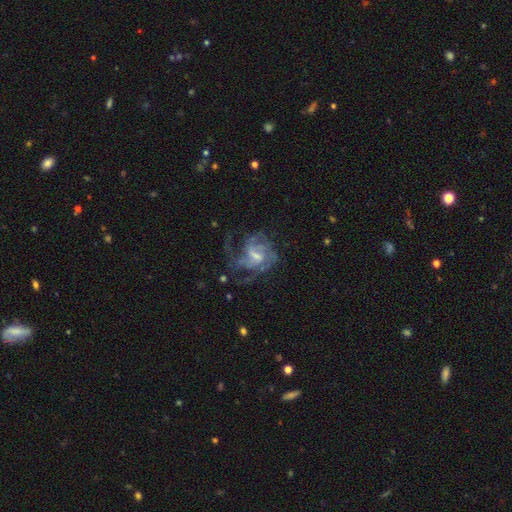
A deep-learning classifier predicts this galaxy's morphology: This is clearly a featured or disk galaxy (81%). It is clearly not viewed edge-on (98%). Bar: possibly weak (55%). Spiral arm pattern: clearly yes (86%). Spiral arm count: marginally can't tell (34%). Spiral winding: possibly medium (46%). Central bulge: marginally small (43%). Merging: marginally none (41%).